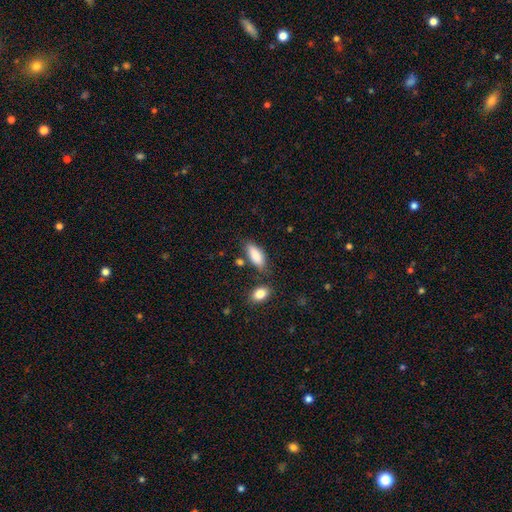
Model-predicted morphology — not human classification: The model was most divided on "merging": none: 71%, minor disturbance: 17%, merger: 8%, major disturbance: 4%. More confident: smooth or featured — smooth (87%); how rounded — in between (79%).